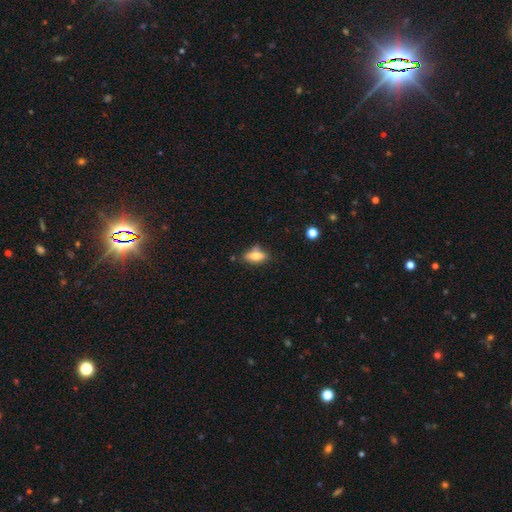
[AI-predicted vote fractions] This is likely a smooth galaxy (66%). How rounded: likely in between (77%). Merging: likely none (64%).